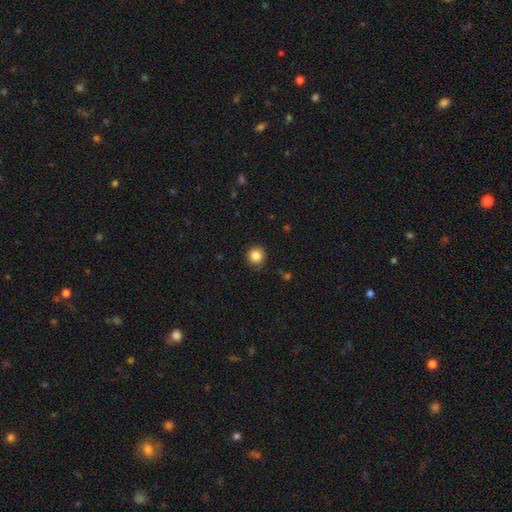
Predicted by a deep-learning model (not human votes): Smooth or featured? Predicted: smooth (p=0.86). How rounded? Predicted: round (p=0.94). Merging? Predicted: none (p=0.90).